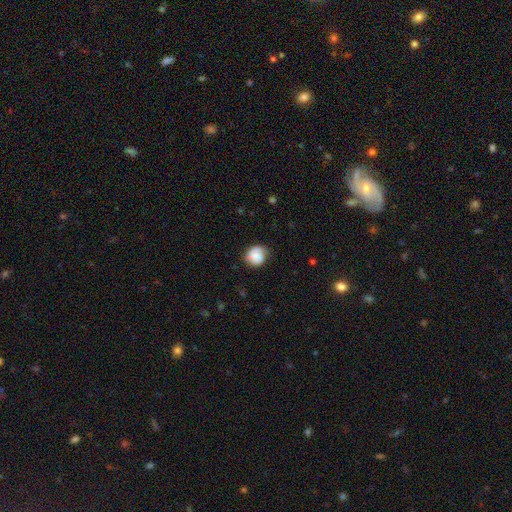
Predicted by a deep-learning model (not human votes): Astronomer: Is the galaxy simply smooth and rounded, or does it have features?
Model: smooth — 75%.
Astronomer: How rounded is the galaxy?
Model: round — 82%.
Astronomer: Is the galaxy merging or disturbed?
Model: none — 67%.